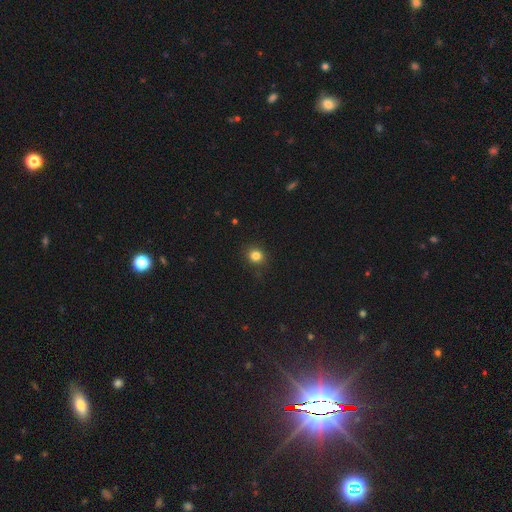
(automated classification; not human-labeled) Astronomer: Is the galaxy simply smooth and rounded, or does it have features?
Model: smooth — 82%.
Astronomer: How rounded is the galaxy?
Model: round — 80%.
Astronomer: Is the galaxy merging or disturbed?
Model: none — 87%.